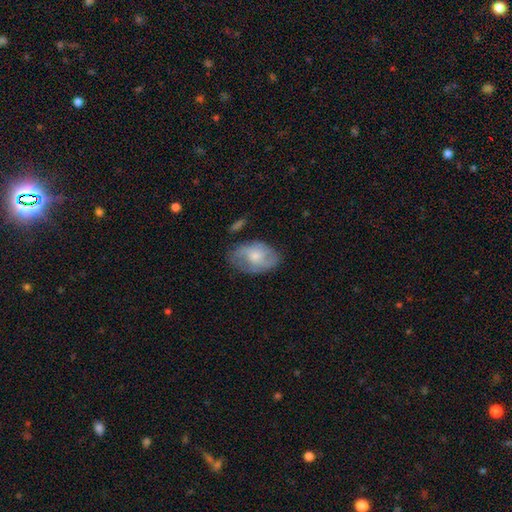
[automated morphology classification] A featured or disk galaxy (49%).

Vote fractions:
- Smooth or featured? featured or disk: 49% / smooth: 44% / star or artifact: 7%
- Merging? none: 63% / minor disturbance: 25% / major disturbance: 9% / merger: 3%